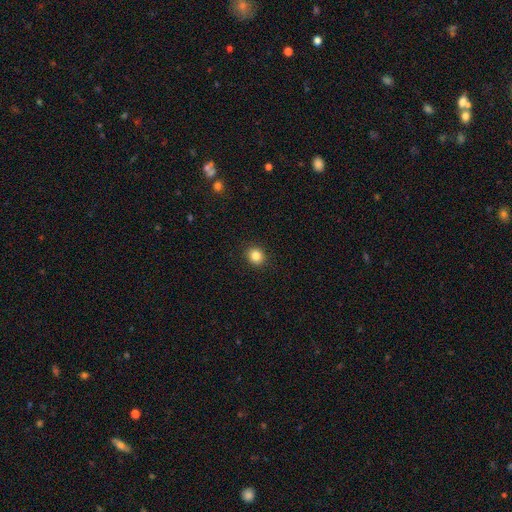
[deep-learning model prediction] Morphology: type=smooth (85%); roundness=round (81%); merging=none (91%).